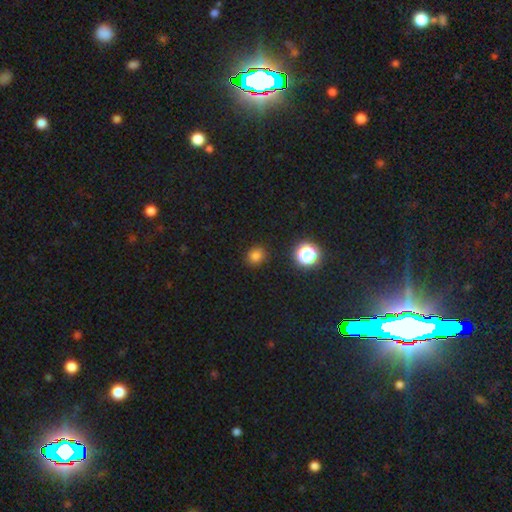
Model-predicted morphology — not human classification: A smooth galaxy with no disk features (78%) that is round (76%).

Vote fractions:
- Smooth or featured? smooth: 78% / star or artifact: 18% / featured or disk: 5%
- How rounded? round: 76% / in between: 23% / cigar-shaped: 1%
- Merging? none: 88% / minor disturbance: 8% / major disturbance: 2% / merger: 2%